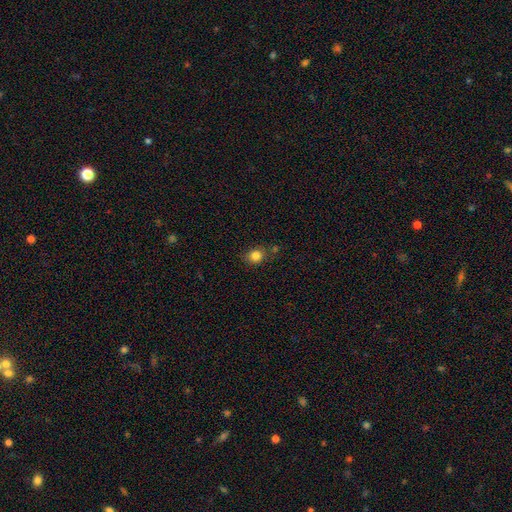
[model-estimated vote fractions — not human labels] A smooth galaxy with no disk features (83%) that is round (67%). Merging: none (71%).